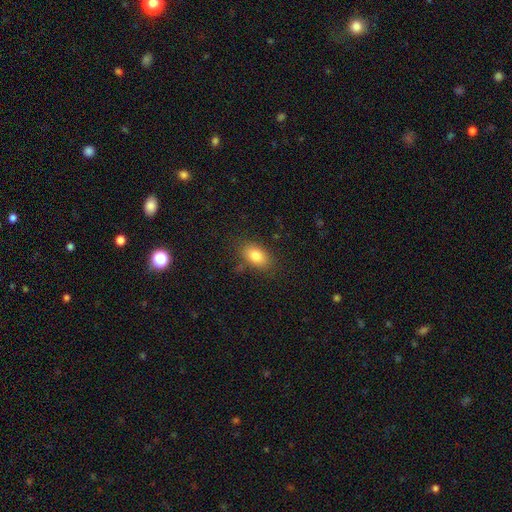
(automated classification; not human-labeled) Morphology: type=smooth (82%); roundness=in between (89%); merging=none (82%).